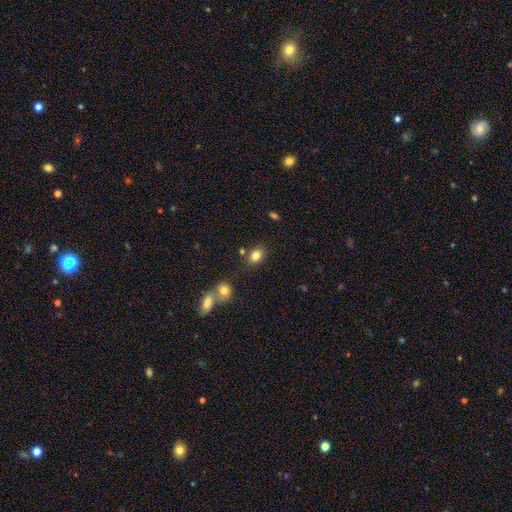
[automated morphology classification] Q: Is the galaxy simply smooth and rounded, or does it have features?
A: smooth — 82%.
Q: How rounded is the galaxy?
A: in between — 57%.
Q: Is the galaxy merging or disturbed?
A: none — 75%.